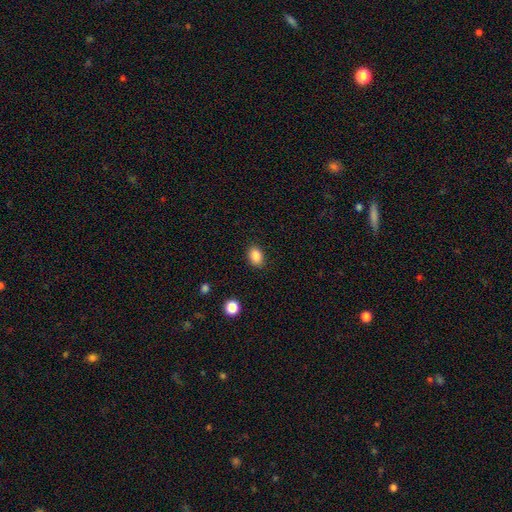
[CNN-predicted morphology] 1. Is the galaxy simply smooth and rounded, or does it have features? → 87% smooth, 9% star or artifact, 4% featured or disk.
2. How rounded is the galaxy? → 74% in between, 24% round, 1% cigar-shaped.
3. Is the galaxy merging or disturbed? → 87% none, 9% minor disturbance, 2% major disturbance, 1% merger.